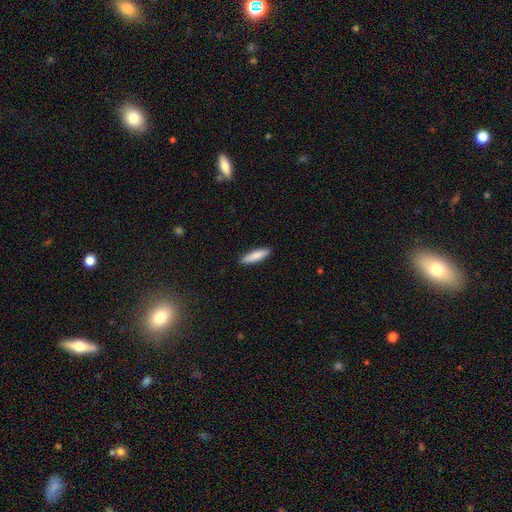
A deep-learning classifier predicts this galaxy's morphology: Smooth or featured? Predicted: smooth (p=0.86). How rounded? Predicted: cigar-shaped (p=0.68). Merging? Predicted: none (p=0.90).